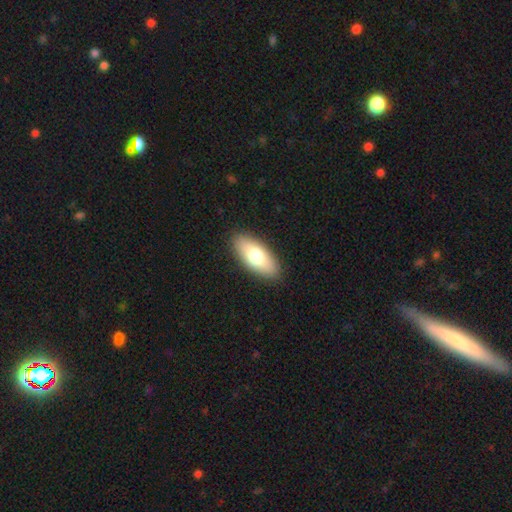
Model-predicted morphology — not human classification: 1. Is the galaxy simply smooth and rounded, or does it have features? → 75% smooth, 19% featured or disk, 6% star or artifact.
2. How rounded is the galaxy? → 85% in between, 13% cigar-shaped, 3% round.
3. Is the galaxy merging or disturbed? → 89% none, 8% minor disturbance, 2% major disturbance, 1% merger.